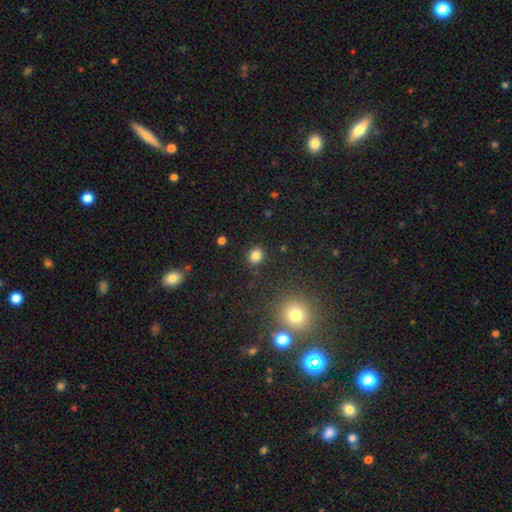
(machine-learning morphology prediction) Smooth or featured? smooth (82%)
How rounded? round (70%)
Merging? none (88%)